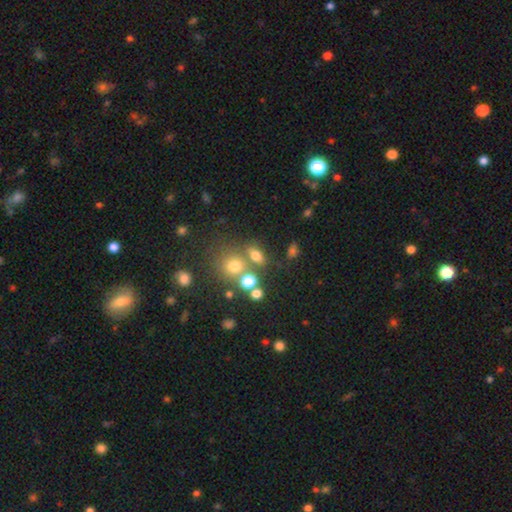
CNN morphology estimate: smooth 68%, star or artifact 18%, featured or disk 13%. Down the decision tree: how rounded — in between (62%); merging — none (57%).